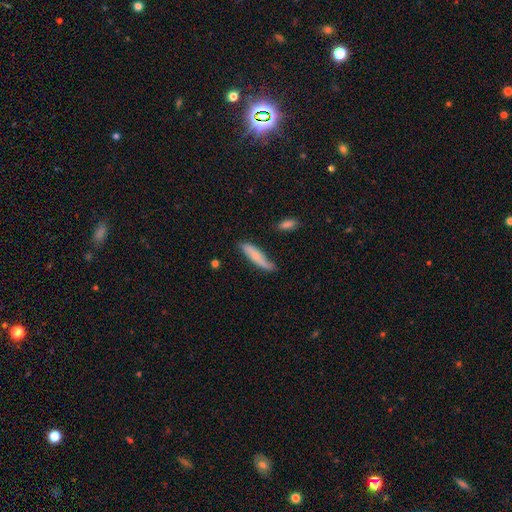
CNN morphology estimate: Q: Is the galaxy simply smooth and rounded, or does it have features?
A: smooth — 59%.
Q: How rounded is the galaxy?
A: cigar-shaped — 74%.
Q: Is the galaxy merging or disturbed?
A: none — 64%.